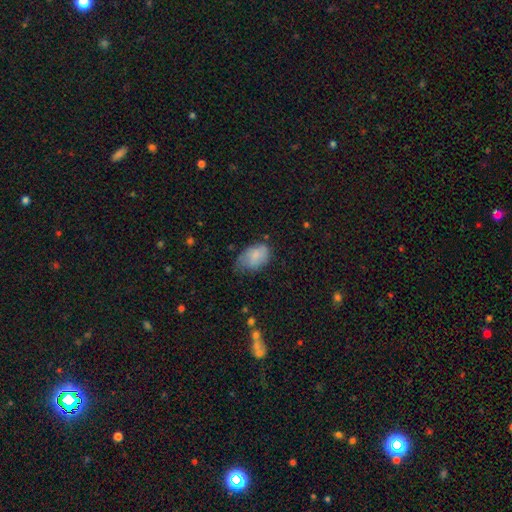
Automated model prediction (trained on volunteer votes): Morphology: type=smooth (78%); roundness=in between (88%); merging=minor disturbance (42%).